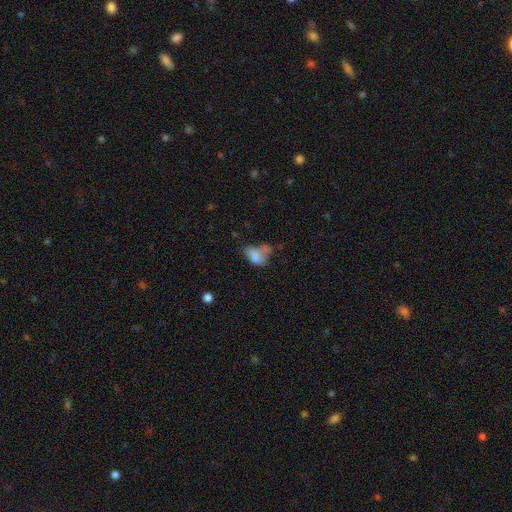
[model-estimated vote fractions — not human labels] A smooth galaxy with no disk features (70%) that is in between round and cigar-shaped (83%). Merging: merger (33%).